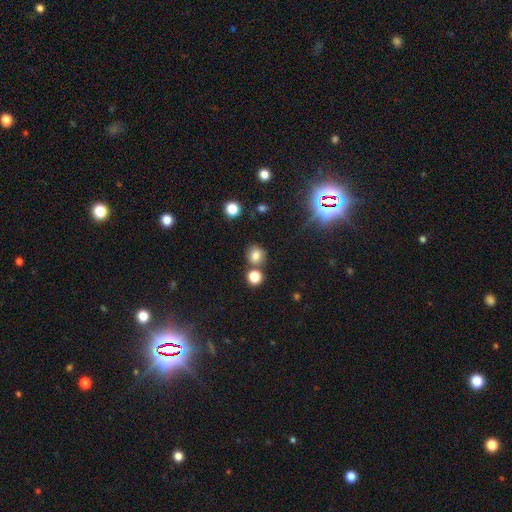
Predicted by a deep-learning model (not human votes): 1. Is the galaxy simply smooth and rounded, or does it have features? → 75% smooth, 17% star or artifact, 7% featured or disk.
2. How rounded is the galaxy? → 79% round, 20% in between, 1% cigar-shaped.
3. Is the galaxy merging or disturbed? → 73% none, 14% merger, 10% minor disturbance, 3% major disturbance.